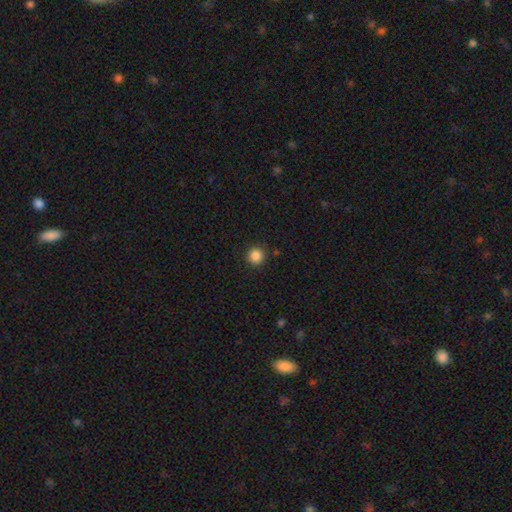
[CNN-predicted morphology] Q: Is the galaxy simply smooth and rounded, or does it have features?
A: smooth — 86%.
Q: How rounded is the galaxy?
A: round — 95%.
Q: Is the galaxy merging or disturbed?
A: none — 91%.